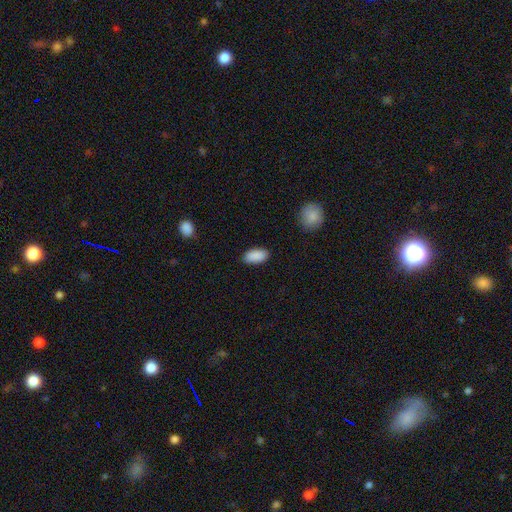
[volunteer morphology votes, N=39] smooth_or_featured: smooth (p=0.90) [alt: star or artifact p=0.08]
how_rounded: in between (p=0.97) [alt: round p=0.03]
merging: none (p=0.81) [alt: minor disturbance p=0.11]